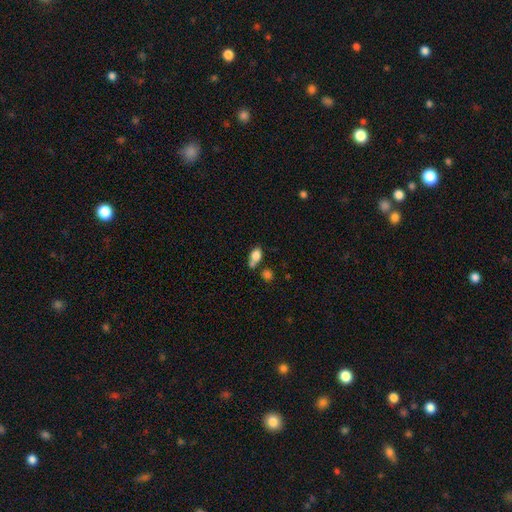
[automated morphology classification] Overall: smooth (81%). How rounded: in between (71%). Merging: none (43%; merger 38%).